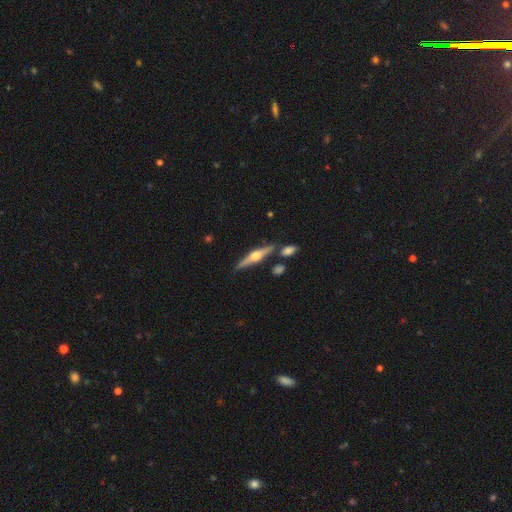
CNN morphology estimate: The model was most divided on "smooth or featured": featured or disk: 76%, smooth: 18%, star or artifact: 5%. More confident: edge-on disk — yes (97%); edge-on bulge — rounded (95%); merging — none (81%).